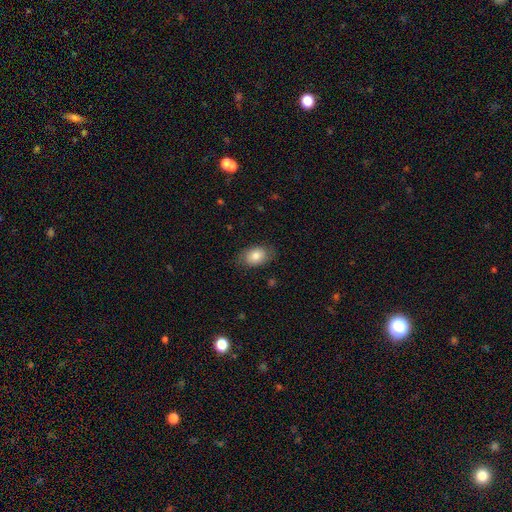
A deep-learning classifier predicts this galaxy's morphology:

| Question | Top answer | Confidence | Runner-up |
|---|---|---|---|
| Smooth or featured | smooth | 77% | featured or disk (16%) |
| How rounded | in between | 83% | round (16%) |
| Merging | none | 77% | minor disturbance (17%) |